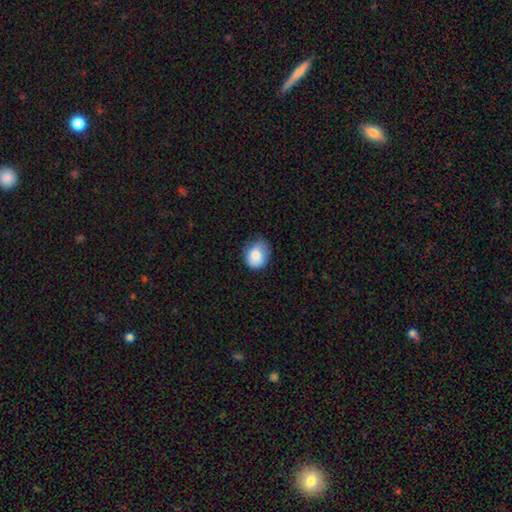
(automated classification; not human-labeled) This is clearly a smooth galaxy (80%). How rounded: likely round (60%). Merging: likely none (63%).